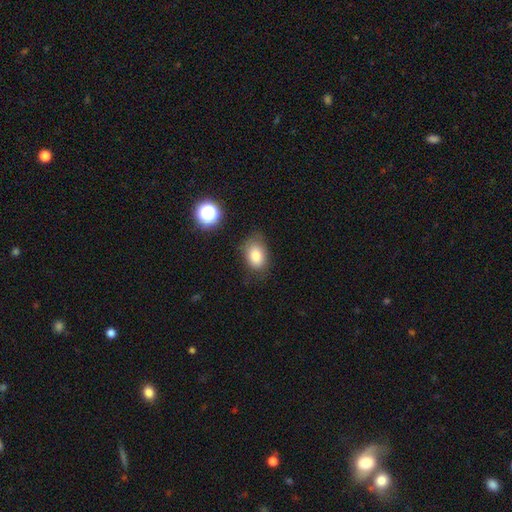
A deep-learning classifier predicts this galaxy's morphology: A smooth galaxy with no disk features (81%) that is in between round and cigar-shaped (79%). Merging: none (72%).